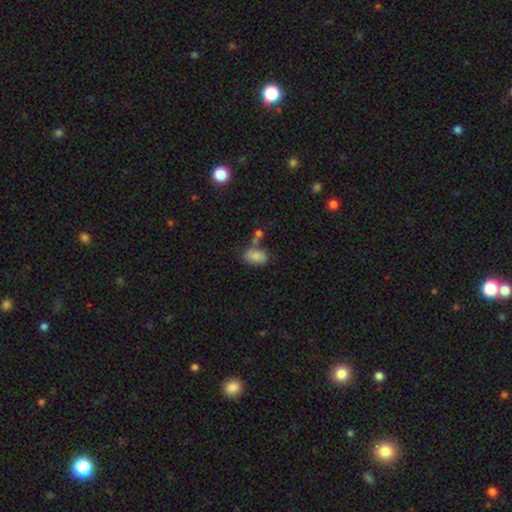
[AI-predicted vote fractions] smooth 81%, featured or disk 11%, star or artifact 9%. Down the decision tree: how rounded — in between (87%); merging — none (55%).